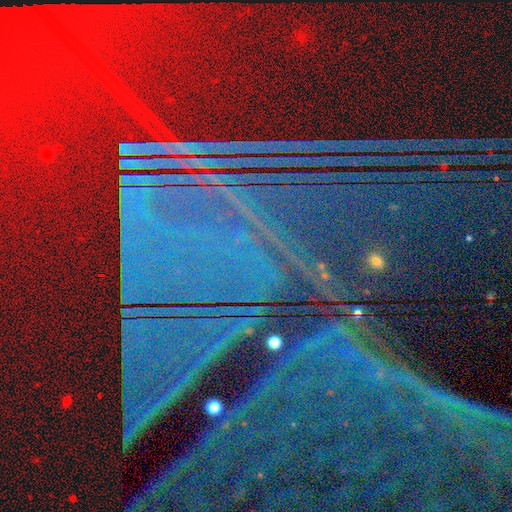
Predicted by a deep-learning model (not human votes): Morphology: type=star or artifact (91%).